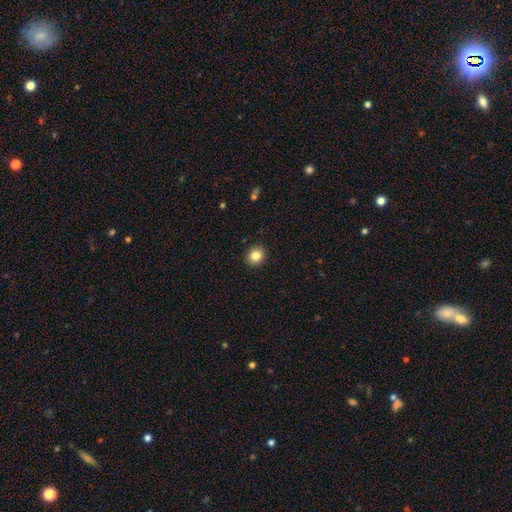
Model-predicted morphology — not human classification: A smooth galaxy with no disk features (84%) that is round (78%).

Vote fractions:
- Smooth or featured? smooth: 84% / star or artifact: 10% / featured or disk: 6%
- How rounded? round: 78% / in between: 21% / cigar-shaped: 1%
- Merging? none: 92% / minor disturbance: 6% / major disturbance: 2% / merger: 1%